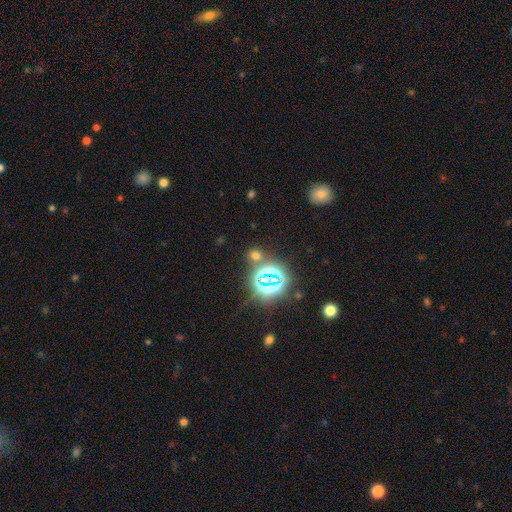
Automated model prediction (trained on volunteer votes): smooth-or-featured: star or artifact: 48% | smooth: 45% | featured or disk: 6%